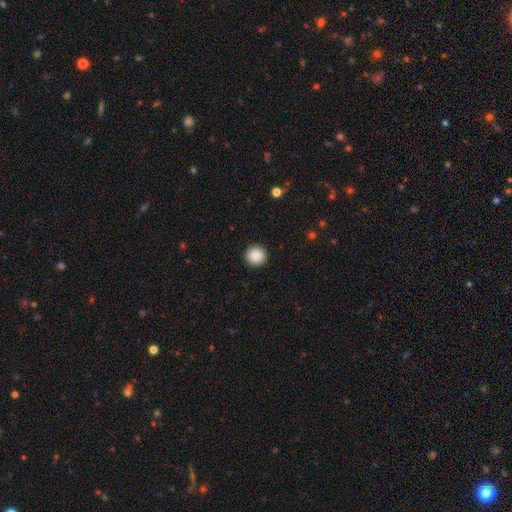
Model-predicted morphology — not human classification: Smooth or featured: smooth — 88% (star or artifact — 8%)
How rounded: round — 95% (in between — 4%)
Merging: none — 93% (minor disturbance — 4%)